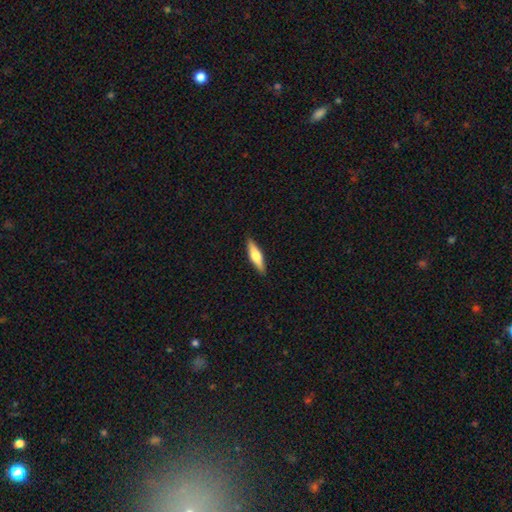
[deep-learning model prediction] Smooth or featured? smooth (54%)
How rounded? cigar-shaped (68%)
Merging? none (90%)